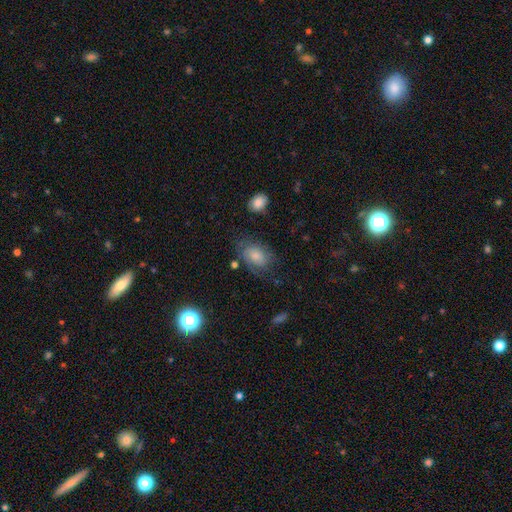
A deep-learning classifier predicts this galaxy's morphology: Smooth or featured?
  - smooth: 58% *
  - featured or disk: 33%
  - star or artifact: 9%
How rounded?
  - in between: 84% *
  - round: 14%
  - cigar-shaped: 1%
Merging?
  - none: 56% *
  - minor disturbance: 24%
  - major disturbance: 17%
  - merger: 3%